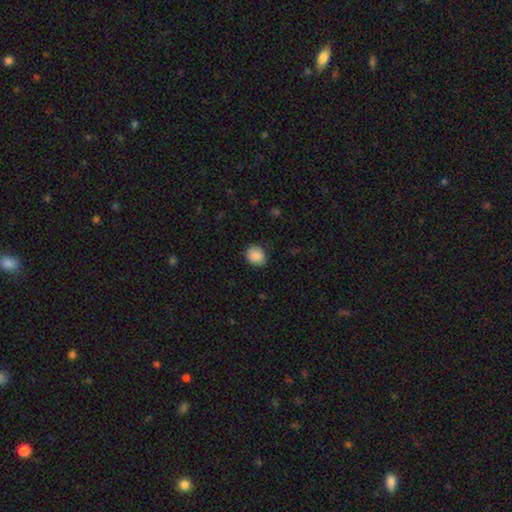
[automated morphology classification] Smooth or featured?
  - smooth: 88% *
  - star or artifact: 8%
  - featured or disk: 4%
How rounded?
  - round: 60% *
  - in between: 39%
  - cigar-shaped: 1%
Merging?
  - none: 84% *
  - minor disturbance: 12%
  - major disturbance: 3%
  - merger: 1%